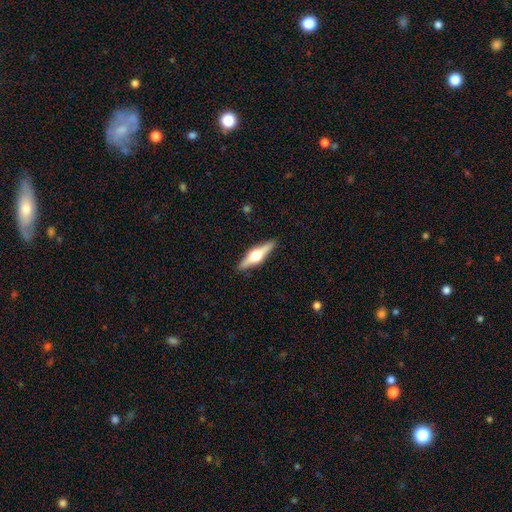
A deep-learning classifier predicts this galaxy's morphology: smooth-or-featured: featured or disk: 69% | smooth: 25% | star or artifact: 6%
  disk-edge-on: yes: 97% | no: 3%
    edge-on-bulge: rounded: 95% | boxy: 4% | none: 1%
  merging: none: 90% | minor disturbance: 7% | major disturbance: 2% | merger: 1%